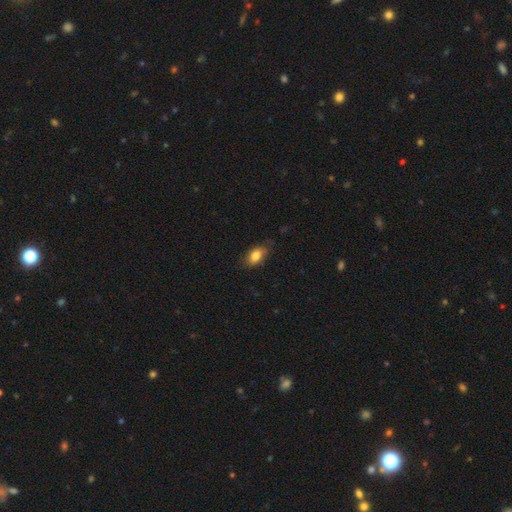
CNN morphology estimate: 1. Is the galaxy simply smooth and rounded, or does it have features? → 81% smooth, 11% featured or disk, 8% star or artifact.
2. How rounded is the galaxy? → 89% in between, 8% round, 4% cigar-shaped.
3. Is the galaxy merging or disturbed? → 74% none, 21% minor disturbance, 4% major disturbance, 1% merger.